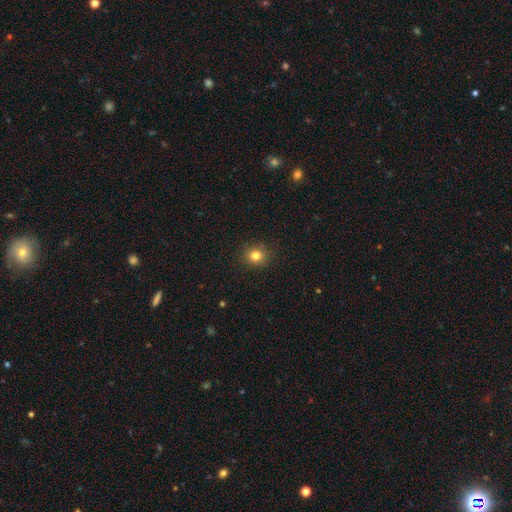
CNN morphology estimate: This is clearly a smooth galaxy (81%). How rounded: clearly round (83%). Merging: clearly none (89%).